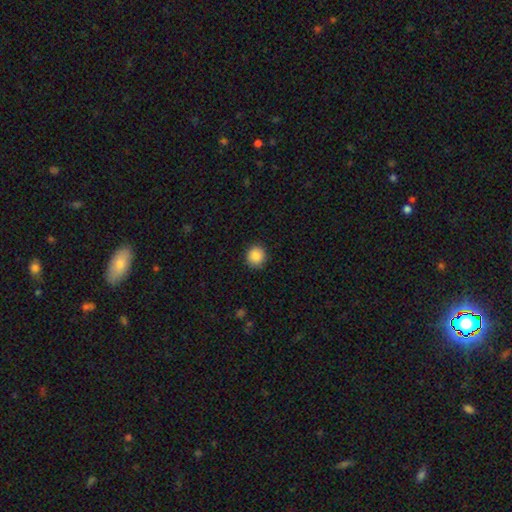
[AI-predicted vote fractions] smooth 88%, star or artifact 9%, featured or disk 4%. Down the decision tree: how rounded — round (89%); merging — none (90%).